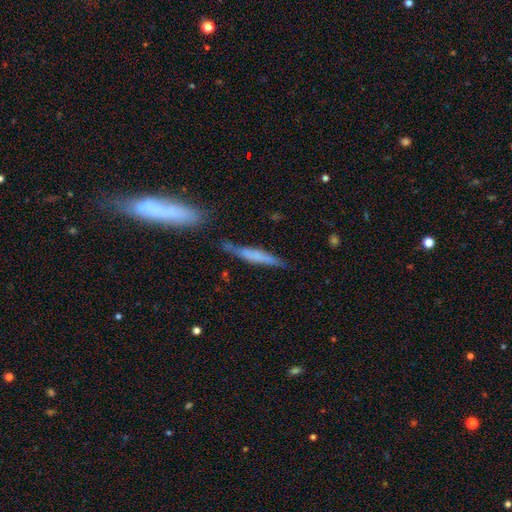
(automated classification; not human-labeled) Smooth or featured? Predicted: smooth (p=0.56). How rounded? Predicted: cigar-shaped (p=0.92). Merging? Predicted: none (p=0.72).